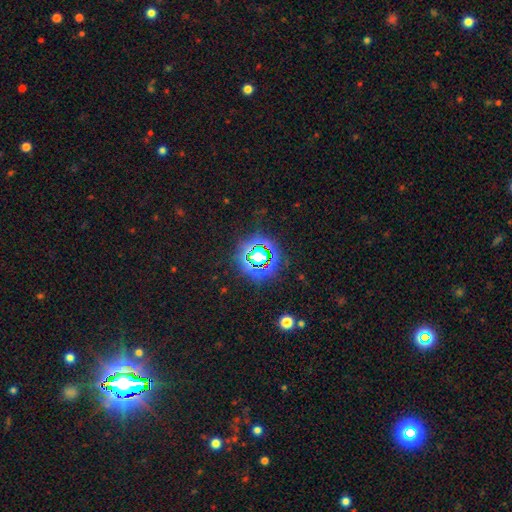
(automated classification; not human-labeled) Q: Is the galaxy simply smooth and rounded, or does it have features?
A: star or artifact — 63%.